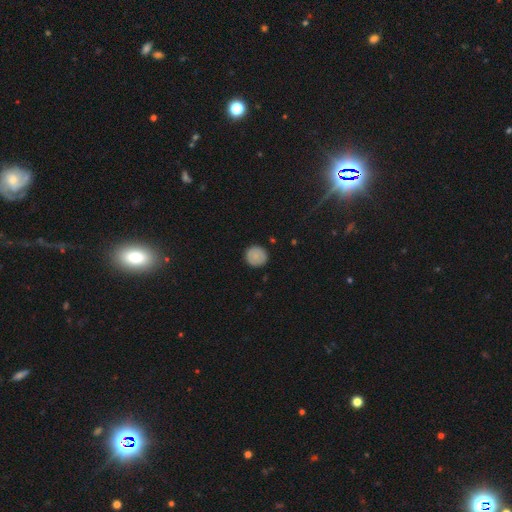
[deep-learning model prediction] Smooth or featured?
  - smooth: 81% *
  - featured or disk: 12%
  - star or artifact: 8%
How rounded?
  - round: 93% *
  - in between: 6%
  - cigar-shaped: 1%
Merging?
  - none: 90% *
  - minor disturbance: 8%
  - major disturbance: 2%
  - merger: 1%